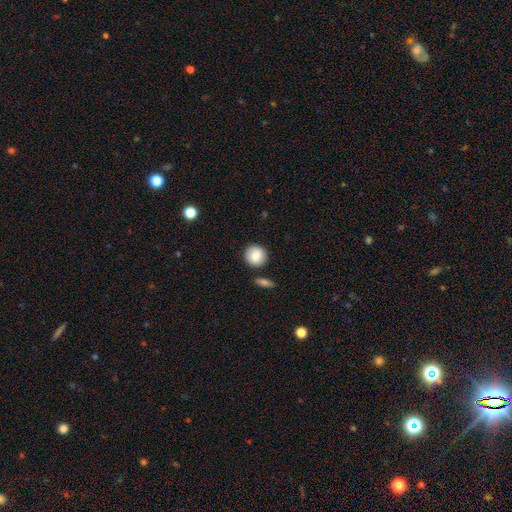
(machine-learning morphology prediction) Smooth or featured: smooth — 83% (featured or disk — 10%)
How rounded: round — 89% (in between — 10%)
Merging: none — 85% (minor disturbance — 8%)